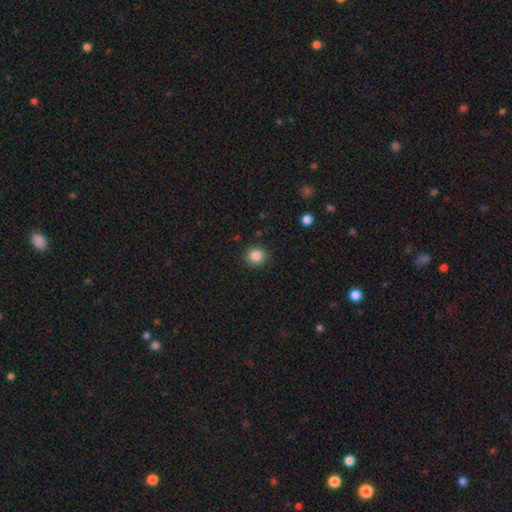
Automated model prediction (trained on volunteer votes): smooth 86%, star or artifact 11%, featured or disk 4%. Down the decision tree: how rounded — round (92%); merging — none (90%).